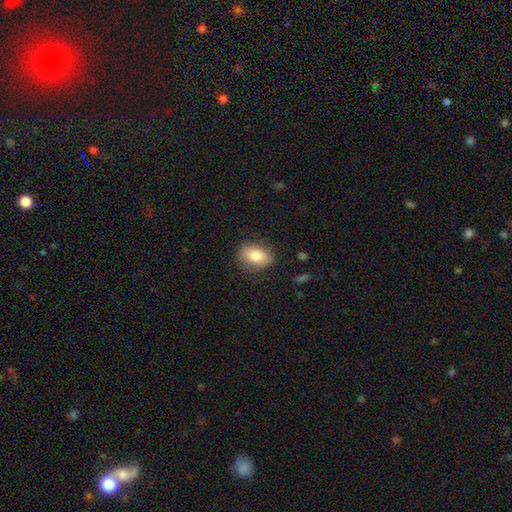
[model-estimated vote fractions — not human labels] Morphology: type=smooth (80%); roundness=in between (81%); merging=none (82%).